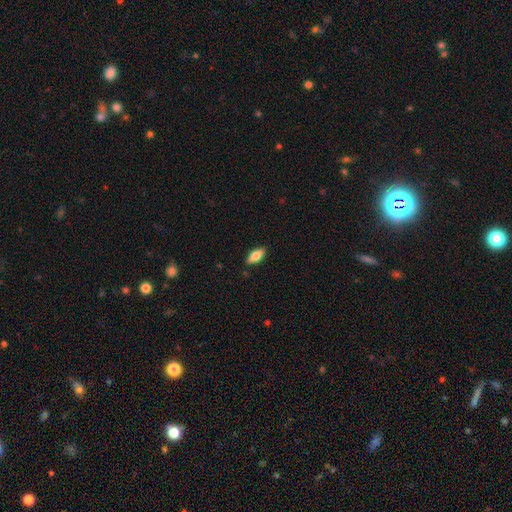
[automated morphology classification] smooth 74%, featured or disk 19%, star or artifact 6%. Down the decision tree: how rounded — in between (81%); merging — none (87%).